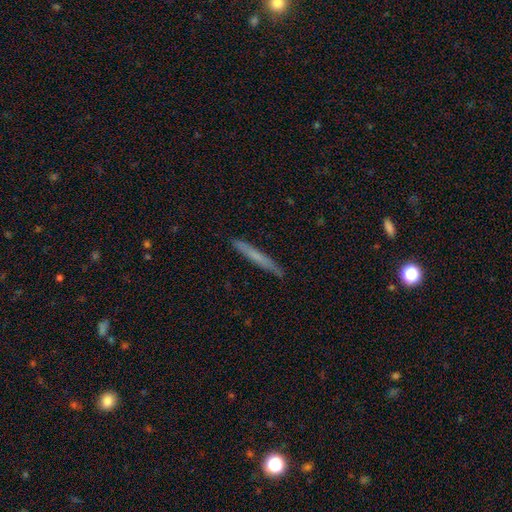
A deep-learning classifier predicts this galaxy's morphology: A smooth galaxy with no disk features (58%) that is cigar-shaped (97%).

Vote fractions:
- Smooth or featured? smooth: 58% / featured or disk: 36% / star or artifact: 6%
- How rounded? cigar-shaped: 97% / in between: 2% / round: 1%
- Merging? none: 90% / minor disturbance: 8% / major disturbance: 1% / merger: 1%